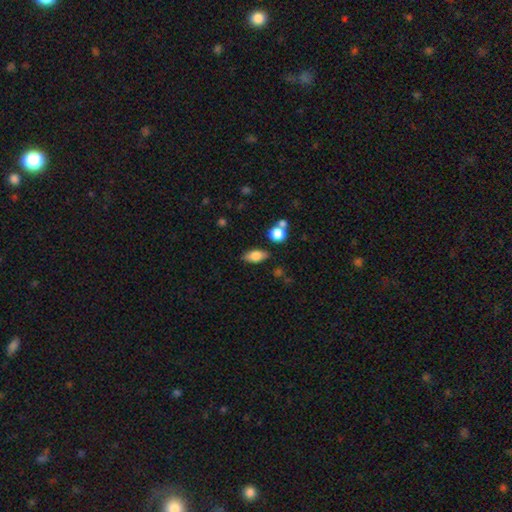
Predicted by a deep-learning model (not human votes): Smooth or featured?
  - smooth: 76% *
  - featured or disk: 15%
  - star or artifact: 8%
How rounded?
  - in between: 83% *
  - cigar-shaped: 10%
  - round: 7%
Merging?
  - none: 81% *
  - minor disturbance: 12%
  - merger: 4%
  - major disturbance: 3%